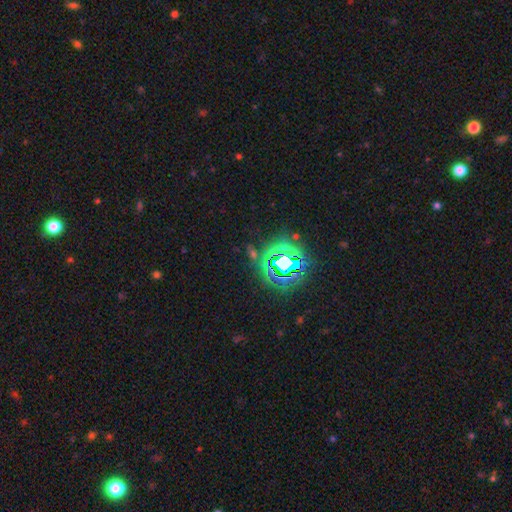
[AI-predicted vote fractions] Smooth or featured: star or artifact — 79% (smooth — 13%)